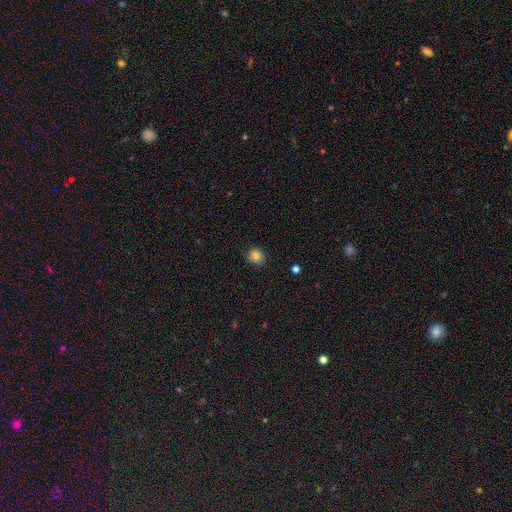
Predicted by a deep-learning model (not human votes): Smooth or featured? Predicted: smooth (p=0.83). How rounded? Predicted: round (p=0.90). Merging? Predicted: none (p=0.90).